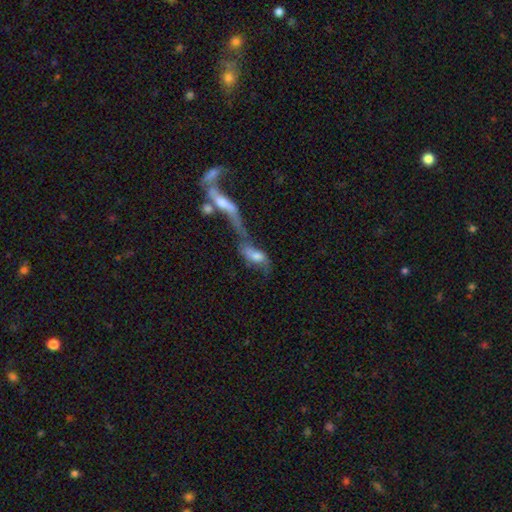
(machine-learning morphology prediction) Q: Smooth or featured?
A: featured or disk (48%); runner-up: smooth (42%)
Q: Merging?
A: merger (71%); runner-up: major disturbance (13%)